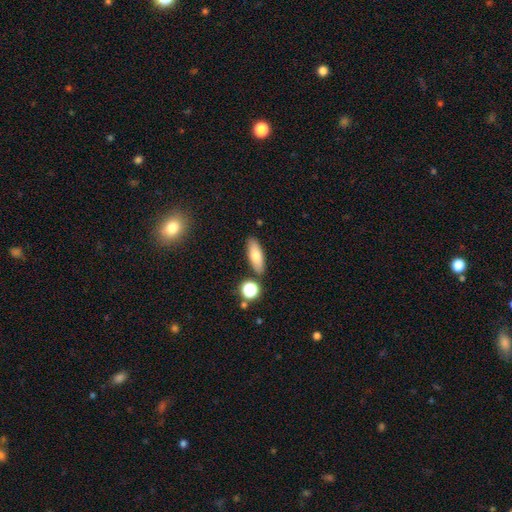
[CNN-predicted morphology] Smooth or featured?
  - smooth: 75% *
  - featured or disk: 16%
  - star or artifact: 8%
How rounded?
  - in between: 69% *
  - cigar-shaped: 27%
  - round: 4%
Merging?
  - none: 82% *
  - minor disturbance: 10%
  - merger: 5%
  - major disturbance: 2%